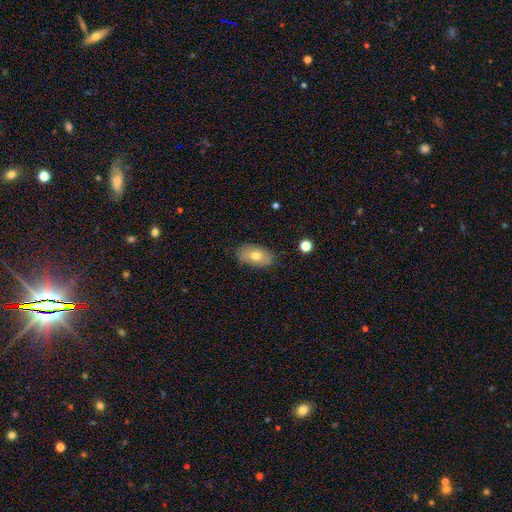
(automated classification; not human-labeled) Morphology: type=smooth (68%); roundness=in between (91%); merging=none (82%).